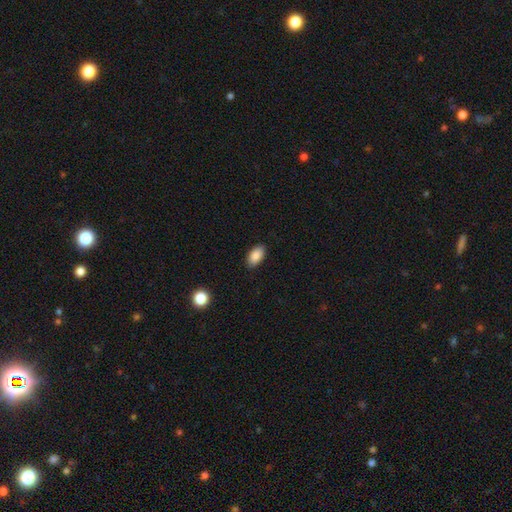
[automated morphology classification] Smooth or featured?
  - smooth: 87% *
  - star or artifact: 8%
  - featured or disk: 6%
How rounded?
  - in between: 94% *
  - round: 4%
  - cigar-shaped: 2%
Merging?
  - none: 87% *
  - minor disturbance: 10%
  - major disturbance: 2%
  - merger: 1%